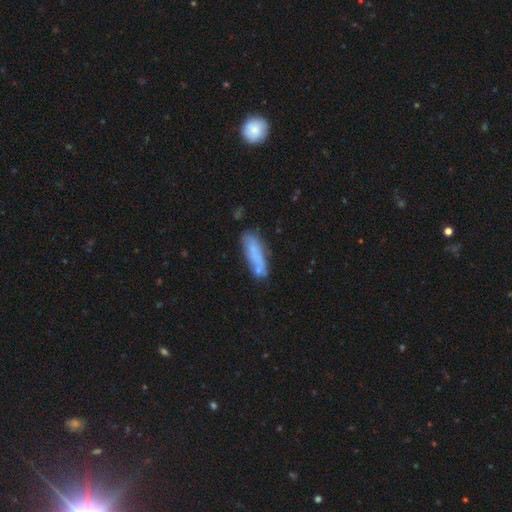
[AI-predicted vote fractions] This appears to be a smooth galaxy with no disk features (67%) that is cigar-shaped (68%). Merging: none (63%).